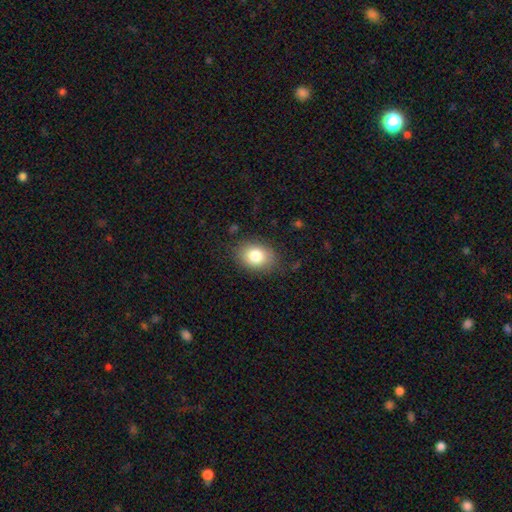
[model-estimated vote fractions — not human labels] A smooth galaxy with no disk features (81%) that is in between round and cigar-shaped (65%).

Vote fractions:
- Smooth or featured? smooth: 81% / featured or disk: 10% / star or artifact: 9%
- How rounded? in between: 65% / round: 34% / cigar-shaped: 1%
- Merging? none: 82% / minor disturbance: 13% / major disturbance: 4% / merger: 1%